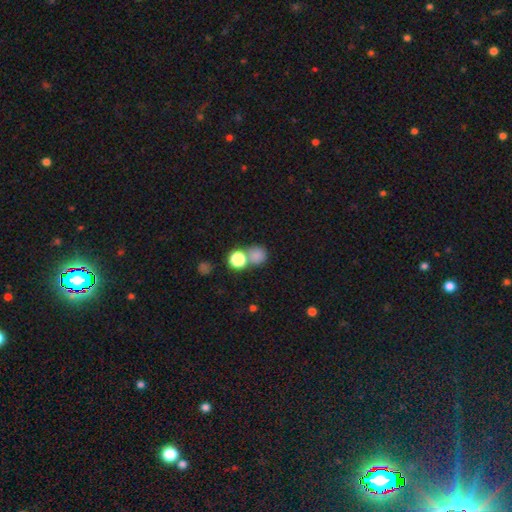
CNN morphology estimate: type=smooth (78%); roundness=round (84%); merging=none (50%).